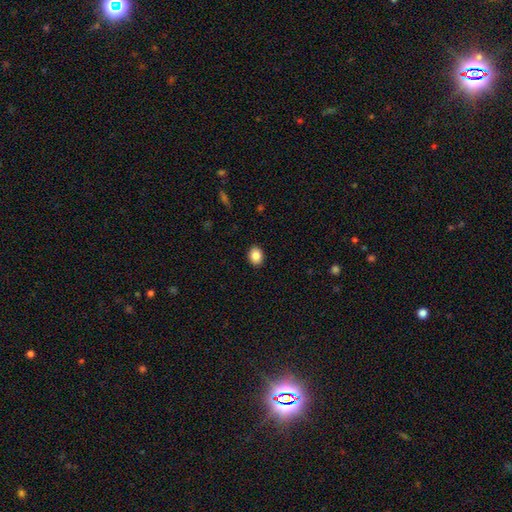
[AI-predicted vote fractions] A smooth galaxy with no disk features (87%) that is in between round and cigar-shaped (60%).

Vote fractions:
- Smooth or featured? smooth: 87% / star or artifact: 9% / featured or disk: 5%
- How rounded? in between: 60% / round: 39% / cigar-shaped: 1%
- Merging? none: 91% / minor disturbance: 7% / major disturbance: 2% / merger: 1%